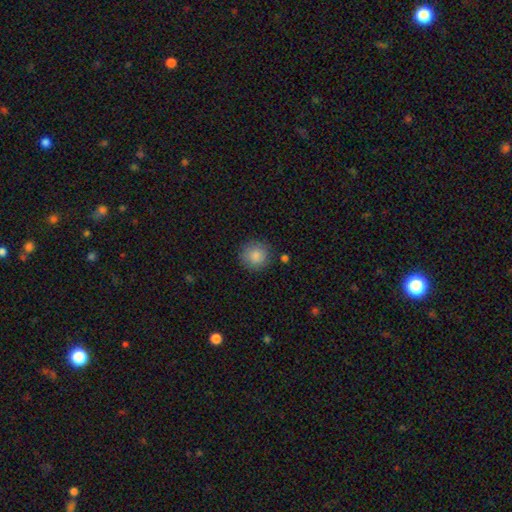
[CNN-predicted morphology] A smooth galaxy with no disk features (86%) that is round (94%). Merging: none (87%).